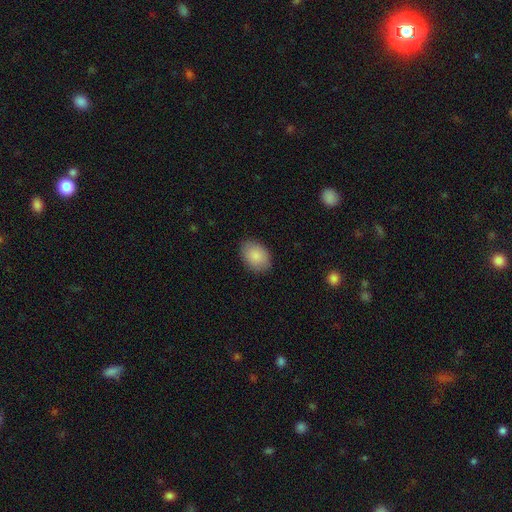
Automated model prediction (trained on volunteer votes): This is clearly a smooth galaxy (88%). How rounded: likely in between (79%). Merging: clearly none (85%).